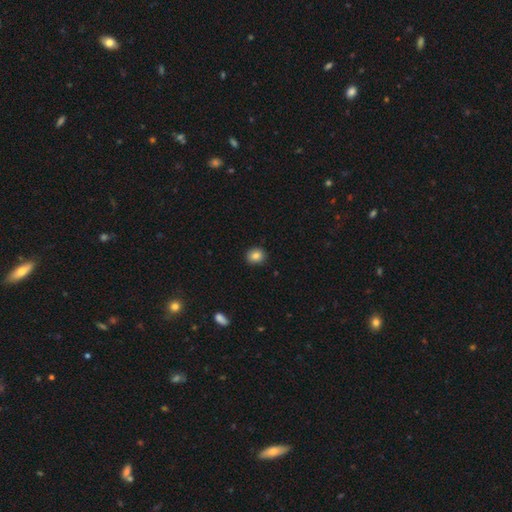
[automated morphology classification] Smooth or featured? Predicted: smooth (p=0.84). How rounded? Predicted: round (p=0.67). Merging? Predicted: none (p=0.90).